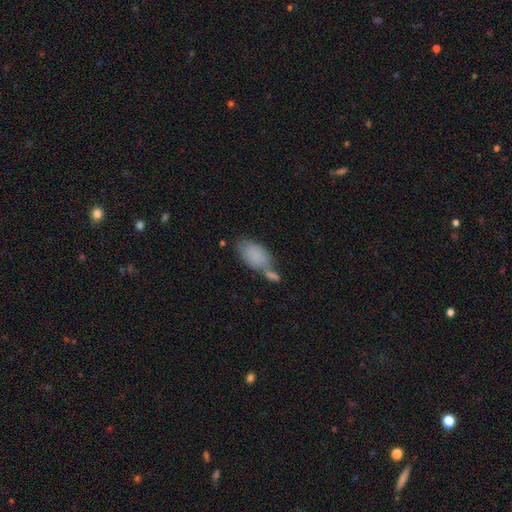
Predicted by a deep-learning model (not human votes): Smooth or featured?
  - smooth: 83% *
  - featured or disk: 9%
  - star or artifact: 8%
How rounded?
  - in between: 92% *
  - round: 4%
  - cigar-shaped: 3%
Merging?
  - merger: 39% *
  - none: 38%
  - minor disturbance: 16%
  - major disturbance: 7%